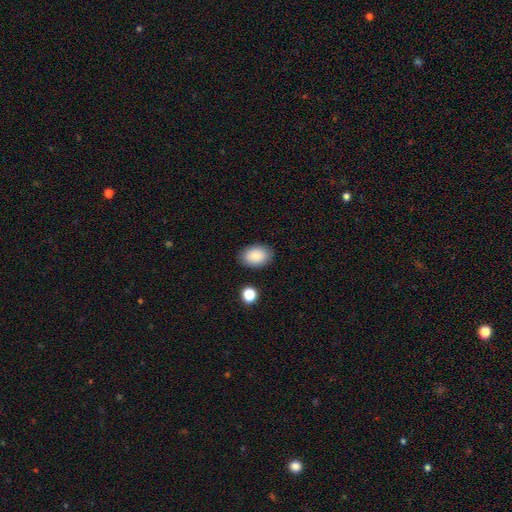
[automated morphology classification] A smooth galaxy with no disk features (87%) that is in between round and cigar-shaped (85%). Merging: none (86%).